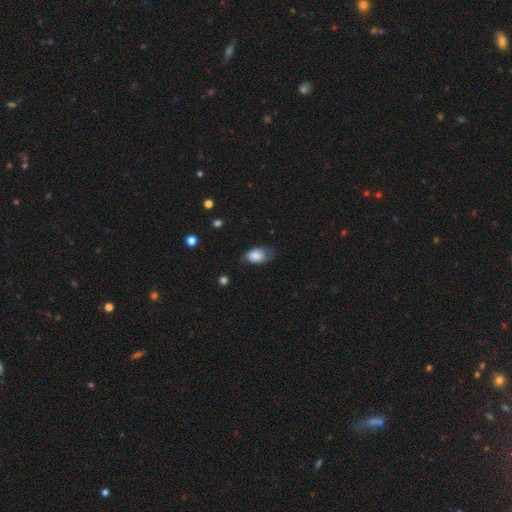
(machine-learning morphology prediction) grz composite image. It shows a smooth galaxy with no disk features (76%) that is in between round and cigar-shaped (87%). Merging: none (49%).